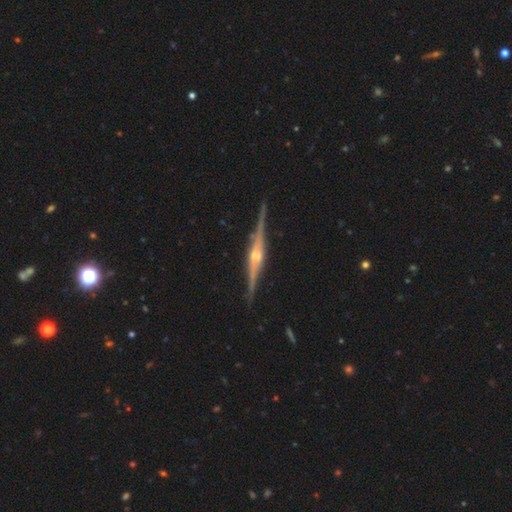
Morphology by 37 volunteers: A featured or disk galaxy (84%) viewed edge-on (100%) with a rounded central bulge (94%).

Vote fractions:
- Smooth or featured? featured or disk: 84% / smooth: 11% / star or artifact: 5%
- Edge-on disk? yes: 100% / no: 0%
- Edge-on bulge? rounded: 94% / boxy: 6% / none: 0%
- Merging? none: 91% / major disturbance: 6% / minor disturbance: 3% / merger: 0%